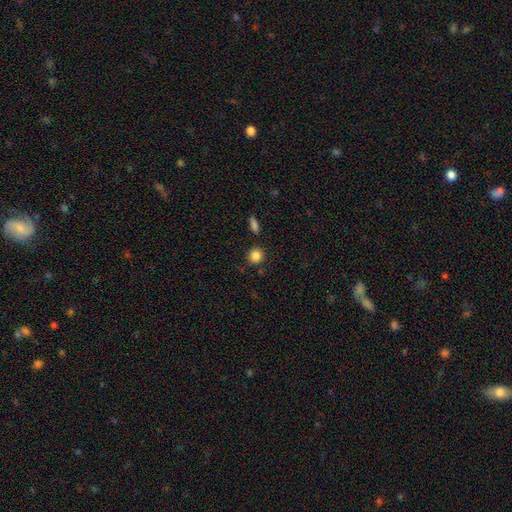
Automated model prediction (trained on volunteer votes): A smooth galaxy with no disk features (85%) that is round (87%). Merging: none (86%).